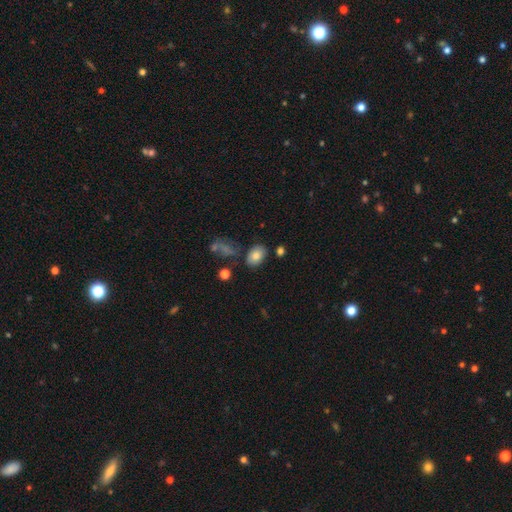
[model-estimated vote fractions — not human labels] smooth 81%, featured or disk 11%, star or artifact 9%. Down the decision tree: how rounded — in between (84%); merging — none (76%).